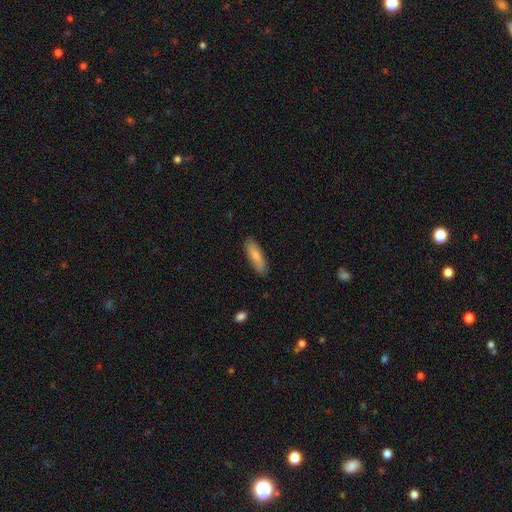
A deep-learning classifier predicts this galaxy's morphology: Q: Smooth or featured?
A: smooth (77%); runner-up: featured or disk (17%)
Q: How rounded?
A: in between (51%); runner-up: cigar-shaped (48%)
Q: Merging?
A: none (83%); runner-up: minor disturbance (13%)